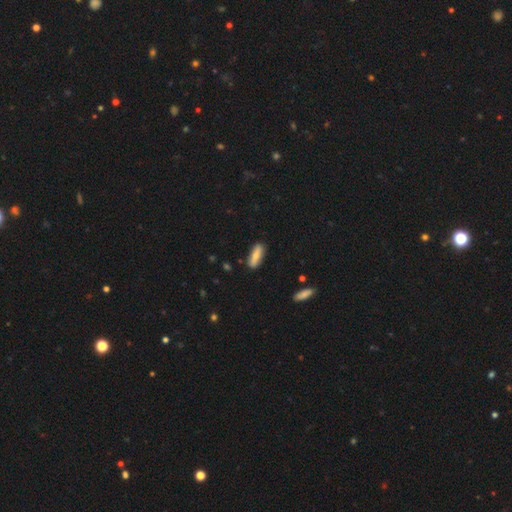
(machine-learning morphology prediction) Smooth or featured?
  - smooth: 75% *
  - featured or disk: 19%
  - star or artifact: 6%
How rounded?
  - in between: 55% *
  - cigar-shaped: 43%
  - round: 2%
Merging?
  - none: 85% *
  - minor disturbance: 11%
  - major disturbance: 2%
  - merger: 2%